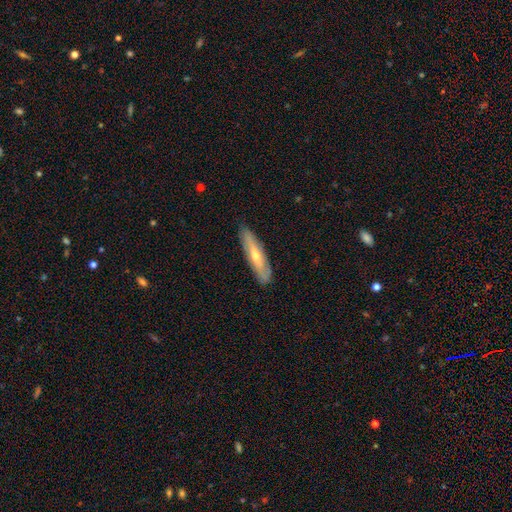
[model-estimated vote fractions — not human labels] smooth_or_featured: featured or disk (p=0.51) [alt: smooth p=0.43]
disk_edge_on: yes (p=0.59) [alt: no p=0.41]
merging: none (p=0.83) [alt: minor disturbance p=0.13]